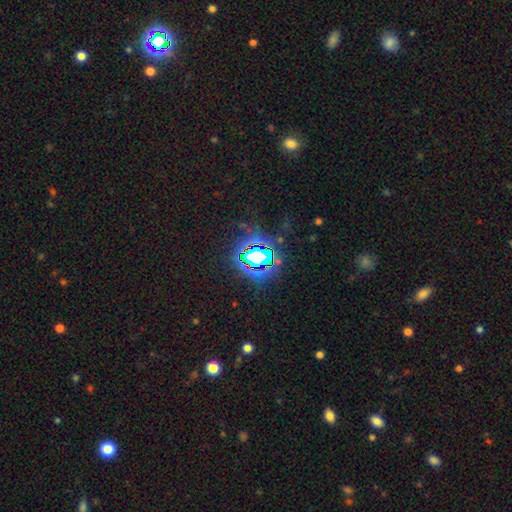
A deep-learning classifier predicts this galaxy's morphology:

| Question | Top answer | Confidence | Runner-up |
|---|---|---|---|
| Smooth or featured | star or artifact | 73% | smooth (15%) |